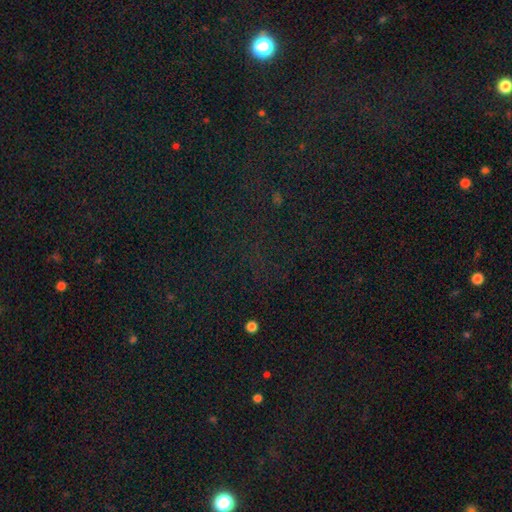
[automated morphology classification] Smooth or featured? Predicted: star or artifact (p=0.78).